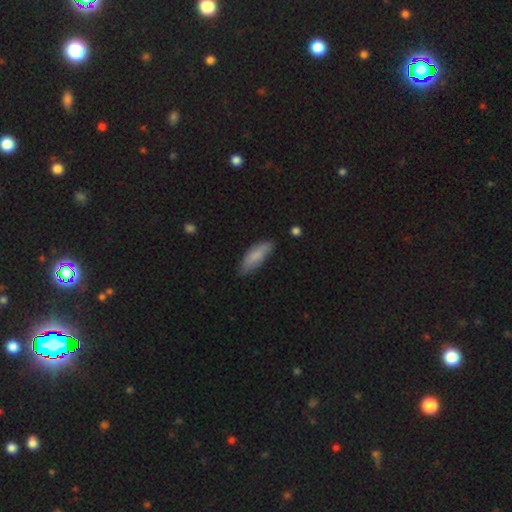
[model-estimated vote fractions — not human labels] Q: Smooth or featured?
A: smooth (79%); runner-up: featured or disk (15%)
Q: How rounded?
A: in between (63%); runner-up: cigar-shaped (35%)
Q: Merging?
A: none (73%); runner-up: minor disturbance (22%)